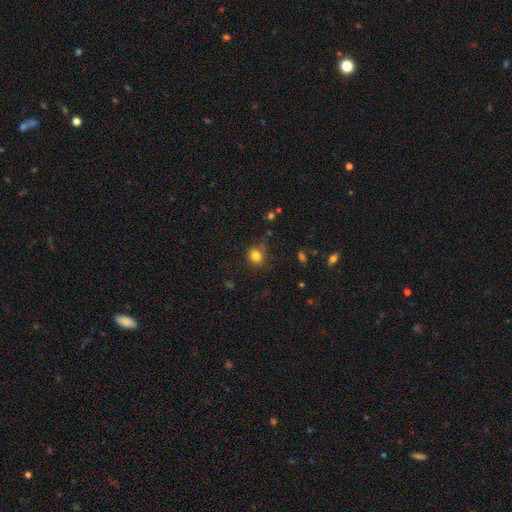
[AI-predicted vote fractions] Smooth or featured? Predicted: smooth (p=0.81). How rounded? Predicted: round (p=0.74). Merging? Predicted: none (p=0.73).